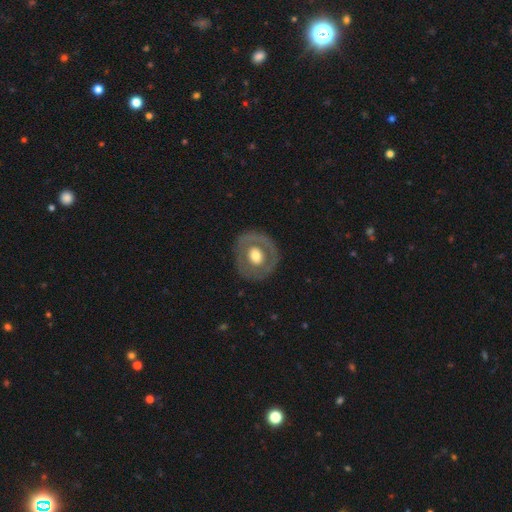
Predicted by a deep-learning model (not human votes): A featured or disk galaxy (51%).

Vote fractions:
- Smooth or featured? featured or disk: 51% / smooth: 43% / star or artifact: 6%
- Edge-on disk? no: 95% / yes: 5%
- Merging? none: 81% / minor disturbance: 12% / major disturbance: 6% / merger: 1%